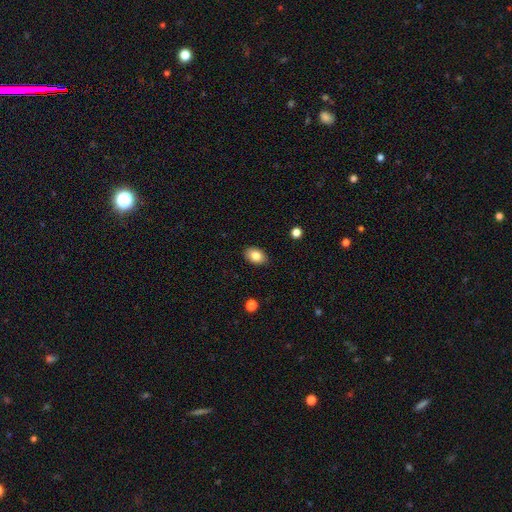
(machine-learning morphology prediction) This is clearly a smooth galaxy (83%). How rounded: clearly in between (86%). Merging: clearly none (86%).